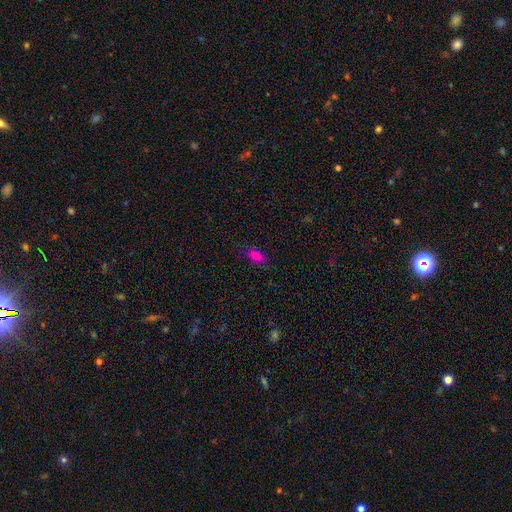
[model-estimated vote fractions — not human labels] Smooth or featured? Predicted: smooth (p=0.80). How rounded? Predicted: in between (p=0.86). Merging? Predicted: none (p=0.81).